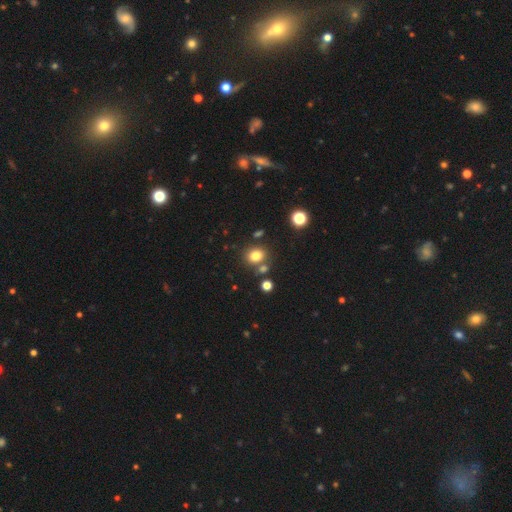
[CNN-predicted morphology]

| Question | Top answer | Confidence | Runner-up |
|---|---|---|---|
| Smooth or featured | smooth | 79% | star or artifact (14%) |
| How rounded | round | 64% | in between (35%) |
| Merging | none | 73% | merger (13%) |